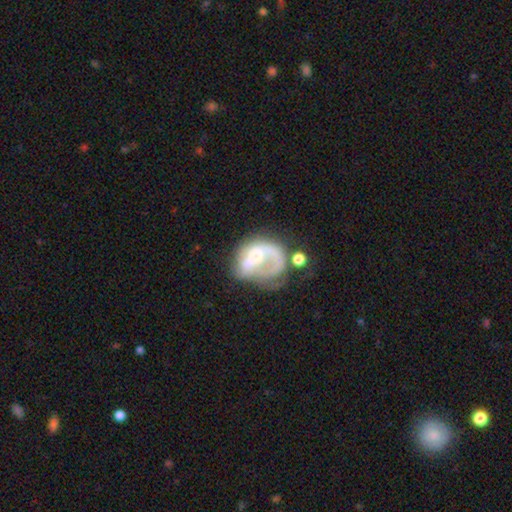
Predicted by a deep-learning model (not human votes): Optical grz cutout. It shows a featured or disk galaxy (63%) with no bar (66%), spiral arms (54%) and a moderate central bulge (51%). Merging: major disturbance (38%).